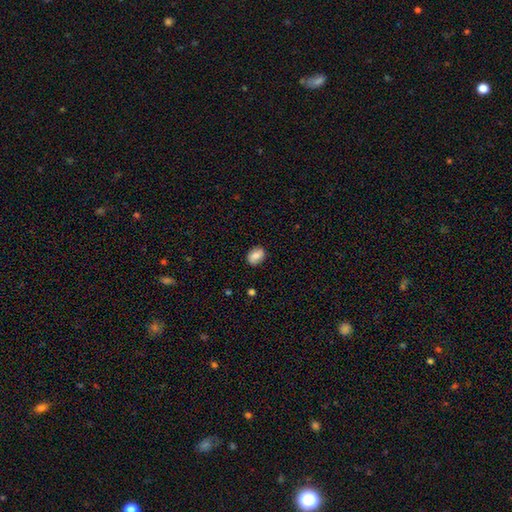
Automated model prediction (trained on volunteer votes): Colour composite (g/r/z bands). It shows a smooth galaxy with no disk features (82%) that is in between round and cigar-shaped (72%). Merging: none (84%).